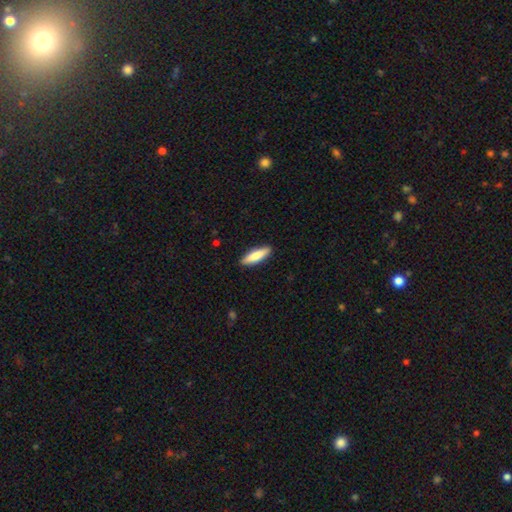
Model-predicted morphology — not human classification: Overall: smooth (78%). How rounded: cigar-shaped (64%; in between 34%). Merging: none (90%).